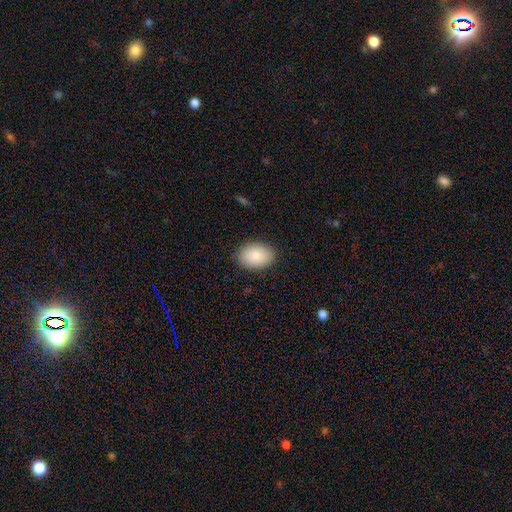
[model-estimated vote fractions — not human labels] Smooth or featured: smooth — 87% (star or artifact — 6%)
How rounded: in between — 86% (round — 13%)
Merging: none — 87% (minor disturbance — 10%)